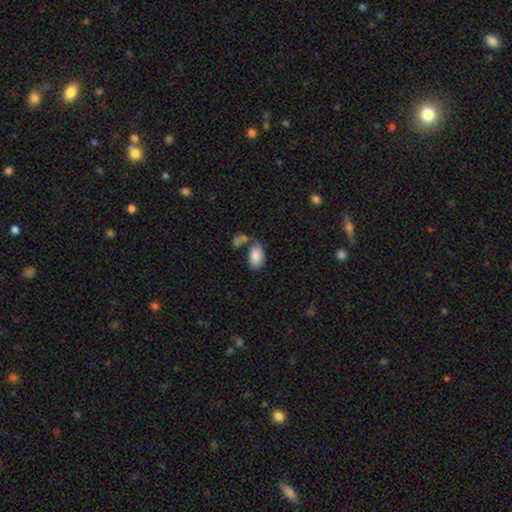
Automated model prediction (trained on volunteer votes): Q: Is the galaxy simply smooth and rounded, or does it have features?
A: smooth — 84%.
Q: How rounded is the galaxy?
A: in between — 92%.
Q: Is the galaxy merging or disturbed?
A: none — 47%.